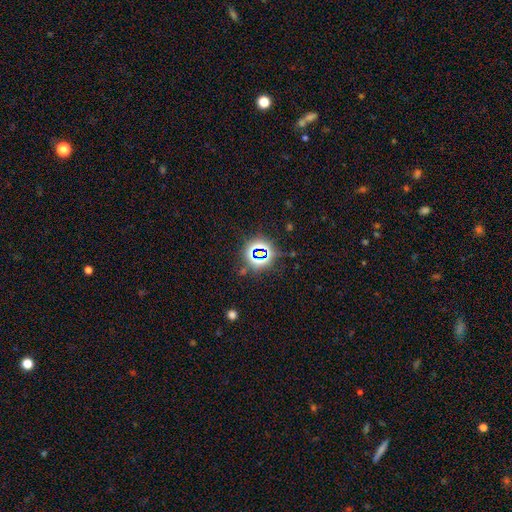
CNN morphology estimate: type=star or artifact (74%).